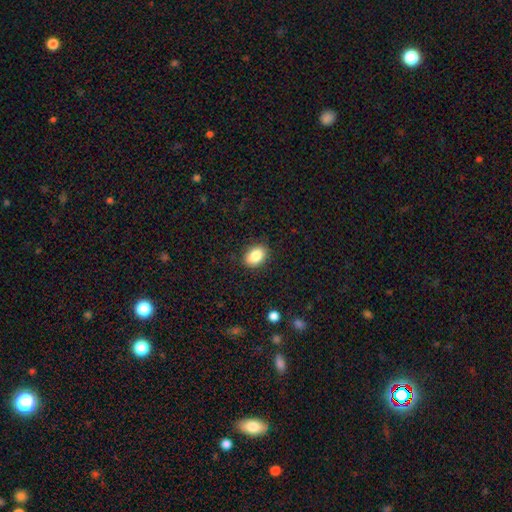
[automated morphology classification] smooth-or-featured: smooth: 85% | star or artifact: 8% | featured or disk: 7%
  how-rounded: in between: 73% | round: 26% | cigar-shaped: 1%
  merging: none: 86% | minor disturbance: 10% | major disturbance: 2% | merger: 1%